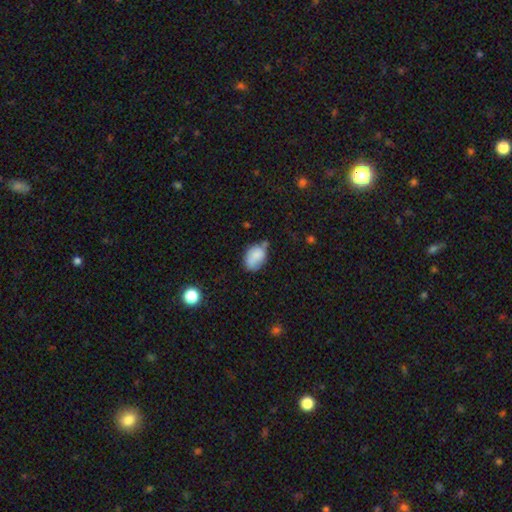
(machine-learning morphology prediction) The model was most divided on "merging": none: 46%, minor disturbance: 34%, merger: 10%, major disturbance: 10%. More confident: how rounded — in between (79%); smooth or featured — smooth (77%).